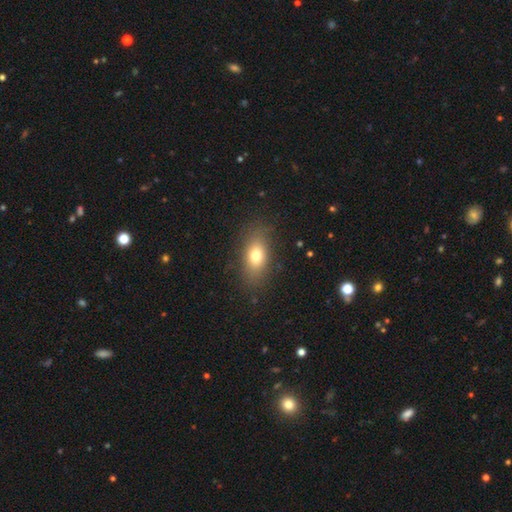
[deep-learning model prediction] Q: Smooth or featured?
A: smooth (74%); runner-up: featured or disk (15%)
Q: How rounded?
A: in between (82%); runner-up: round (12%)
Q: Merging?
A: none (82%); runner-up: minor disturbance (12%)